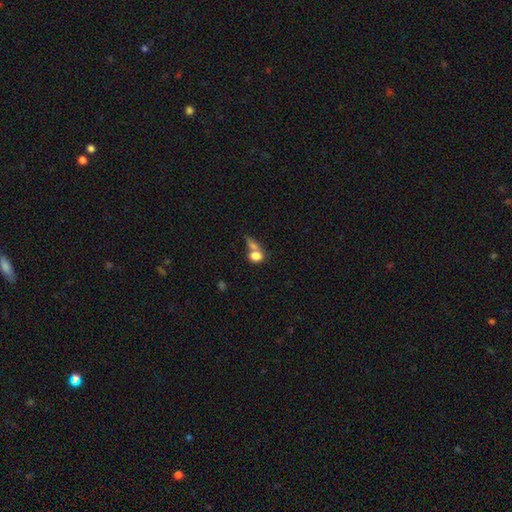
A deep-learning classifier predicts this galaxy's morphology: This appears to be a smooth galaxy with no disk features (77%) that is in between round and cigar-shaped (56%). Merging: merger (57%).